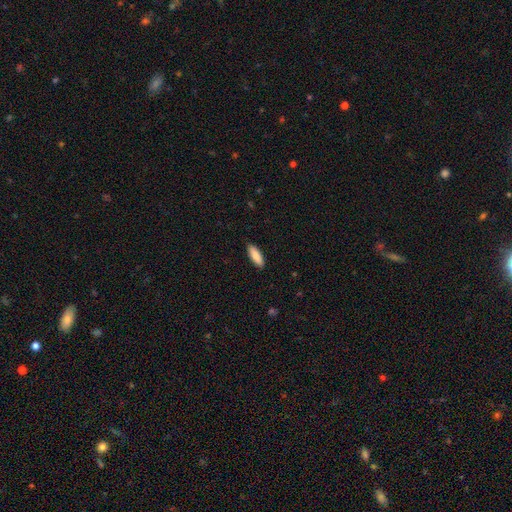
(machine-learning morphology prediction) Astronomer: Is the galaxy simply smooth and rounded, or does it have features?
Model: smooth — 86%.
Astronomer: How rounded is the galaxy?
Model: in between — 58% (runner-up: cigar-shaped, 40%).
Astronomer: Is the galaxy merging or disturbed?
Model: none — 89%.